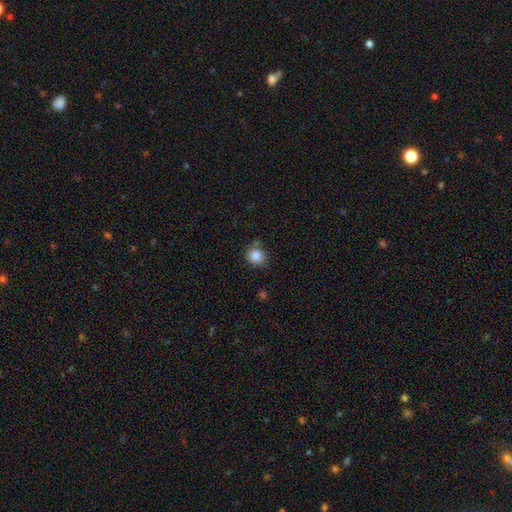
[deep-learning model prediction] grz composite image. It shows a smooth galaxy with no disk features (86%) that is round (83%). Merging: none (71%).